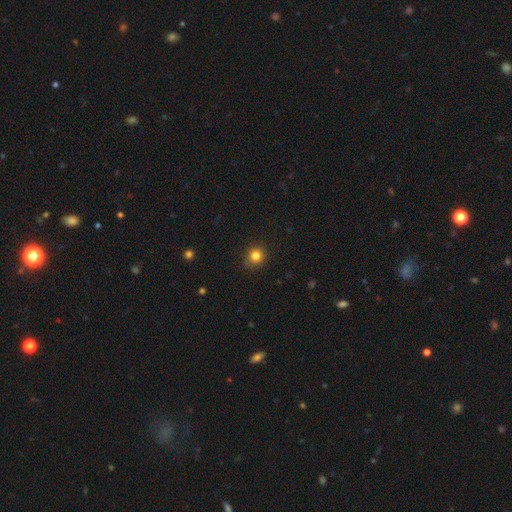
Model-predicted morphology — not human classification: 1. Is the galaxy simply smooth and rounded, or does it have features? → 82% smooth, 13% star or artifact, 5% featured or disk.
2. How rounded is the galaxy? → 91% round, 8% in between, 1% cigar-shaped.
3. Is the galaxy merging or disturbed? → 86% none, 10% minor disturbance, 2% major disturbance, 2% merger.